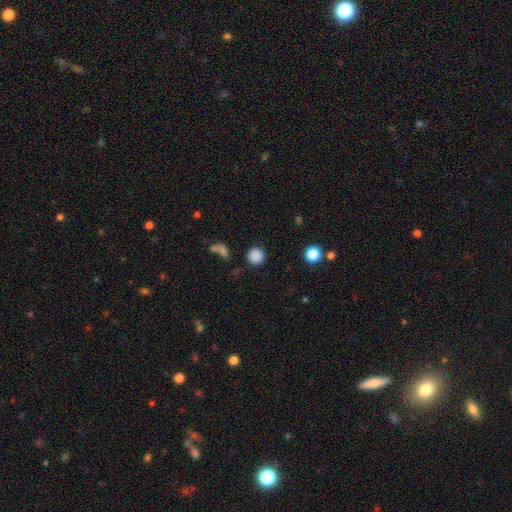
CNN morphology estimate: Smooth or featured?
  - smooth: 84% *
  - star or artifact: 12%
  - featured or disk: 4%
How rounded?
  - round: 92% *
  - in between: 7%
  - cigar-shaped: 1%
Merging?
  - none: 83% *
  - minor disturbance: 9%
  - merger: 4%
  - major disturbance: 4%